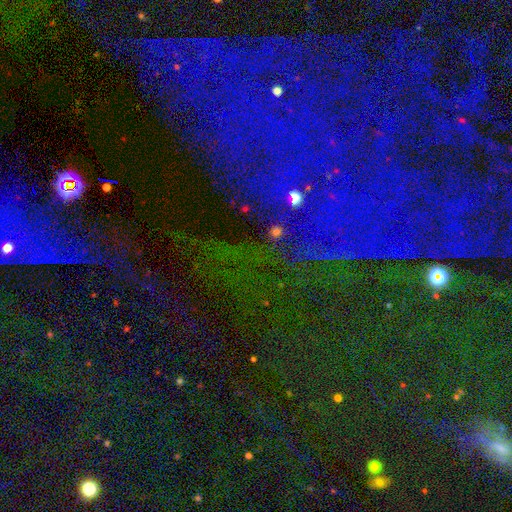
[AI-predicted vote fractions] A star or artifact, not a galaxy (82%).

Vote fractions:
- Smooth or featured? star or artifact: 82% / smooth: 9% / featured or disk: 9%